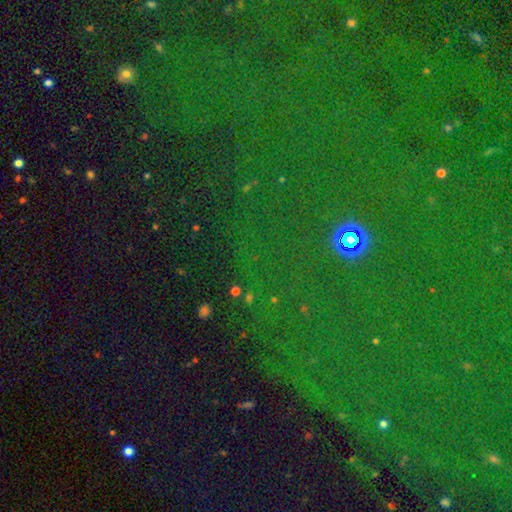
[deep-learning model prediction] Overall: star or artifact (81%).